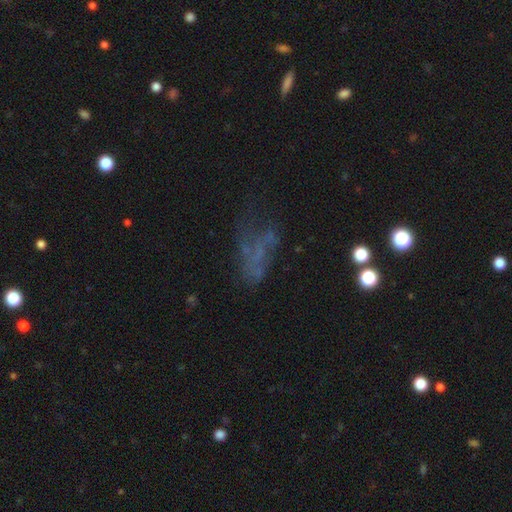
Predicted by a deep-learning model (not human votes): Overall: featured or disk (42%; smooth 30%). Merging: none (38%; major disturbance 36%).